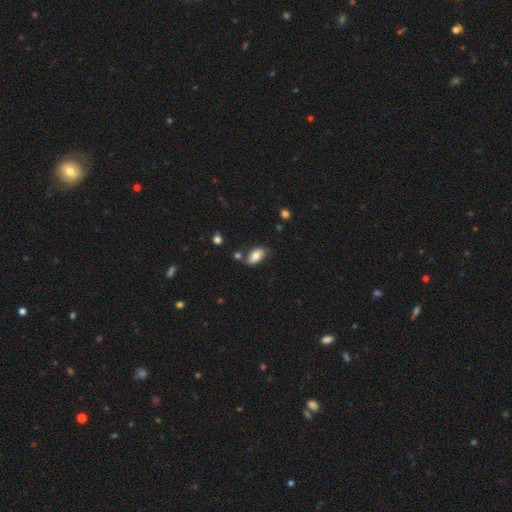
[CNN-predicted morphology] The model was most divided on "merging": none: 69%, minor disturbance: 19%, merger: 7%, major disturbance: 5%. More confident: how rounded — in between (93%); smooth or featured — smooth (75%).